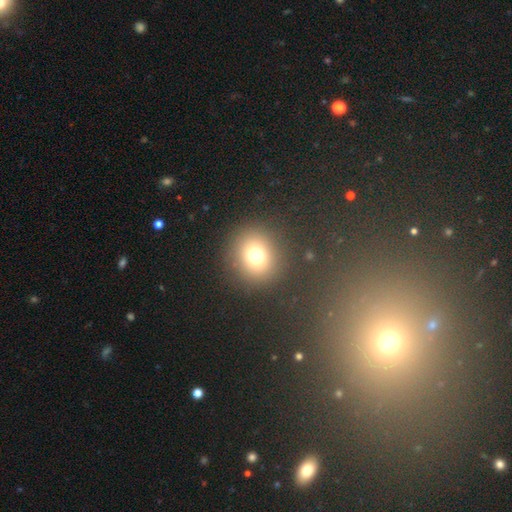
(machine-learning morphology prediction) Smooth or featured? Predicted: smooth (p=0.73). How rounded? Predicted: round (p=0.87). Merging? Predicted: none (p=0.85).